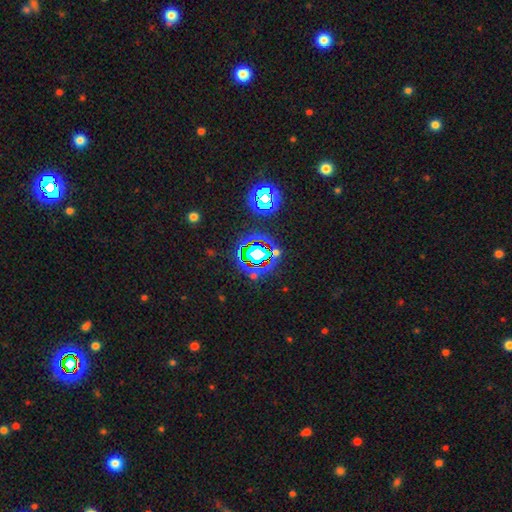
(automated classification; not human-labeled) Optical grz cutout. It shows a star or artifact, not a galaxy (69%).